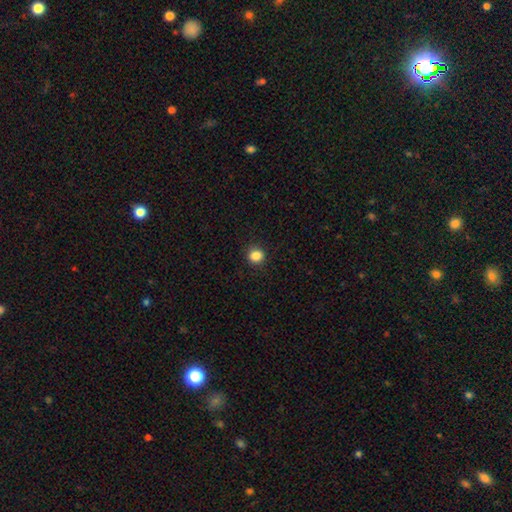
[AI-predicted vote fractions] Smooth or featured?
  - smooth: 86% *
  - star or artifact: 11%
  - featured or disk: 4%
How rounded?
  - round: 85% *
  - in between: 14%
  - cigar-shaped: 1%
Merging?
  - none: 91% *
  - minor disturbance: 6%
  - major disturbance: 2%
  - merger: 1%